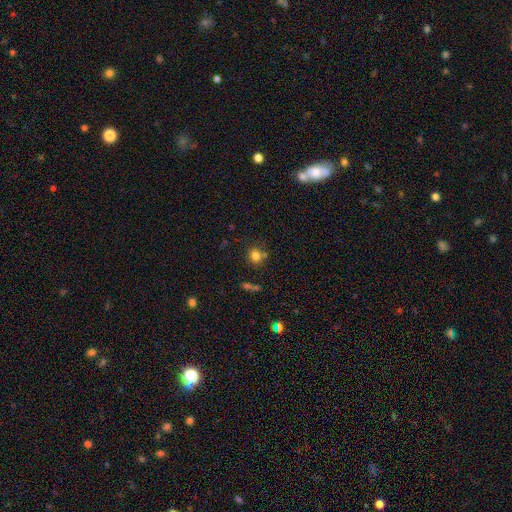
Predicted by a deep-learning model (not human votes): smooth 79%, star or artifact 14%, featured or disk 8%. Down the decision tree: how rounded — round (83%); merging — none (70%).